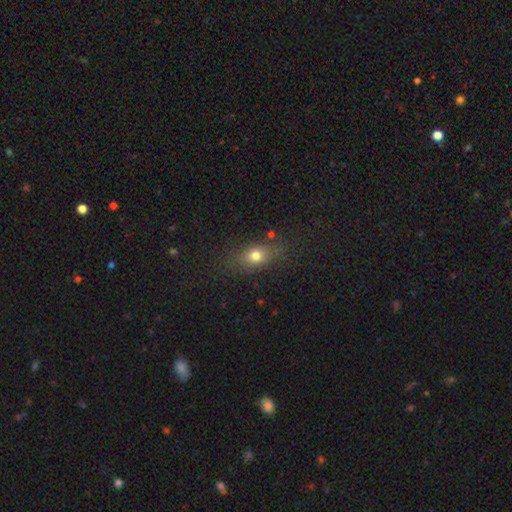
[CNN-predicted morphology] Overall: smooth (73%). How rounded: in between (61%; round 30%). Merging: none (77%).